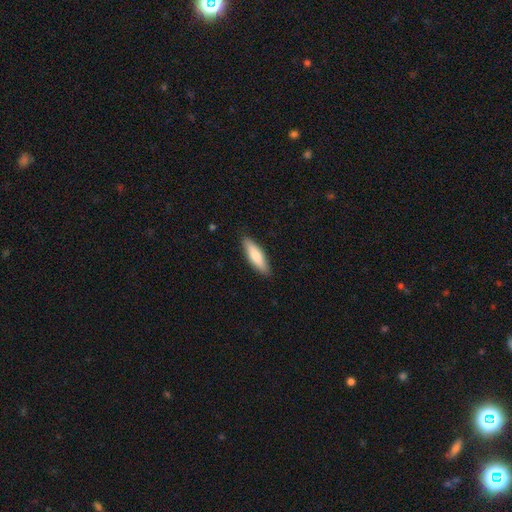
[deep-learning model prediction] smooth_or_featured: smooth (p=0.75) [alt: featured or disk p=0.20]
how_rounded: cigar-shaped (p=0.59) [alt: in between p=0.39]
merging: none (p=0.88) [alt: minor disturbance p=0.09]